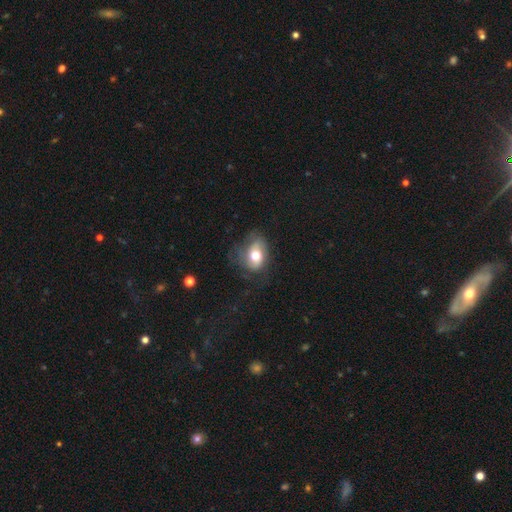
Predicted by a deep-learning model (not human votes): smooth_or_featured: smooth (p=0.57) [alt: featured or disk p=0.34]
how_rounded: in between (p=0.67) [alt: round p=0.32]
merging: none (p=0.47) [alt: minor disturbance p=0.28]